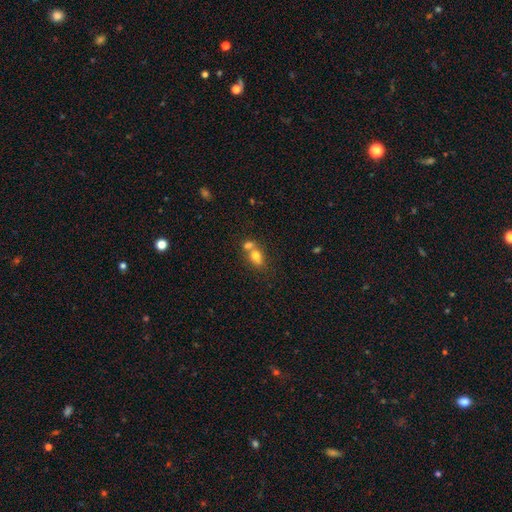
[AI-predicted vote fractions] smooth 74%, featured or disk 16%, star or artifact 11%. Down the decision tree: how rounded — in between (65%); merging — merger (55%).